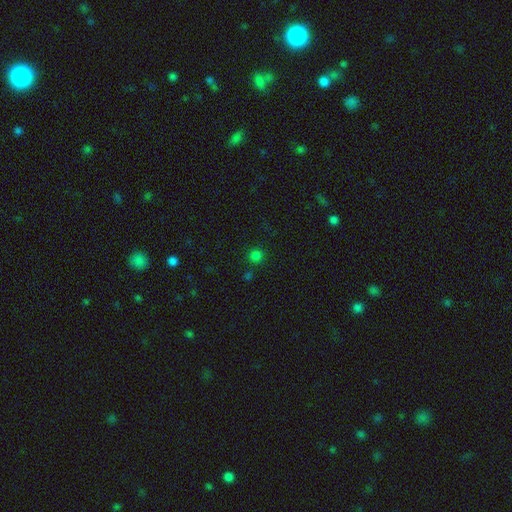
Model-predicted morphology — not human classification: Overall: smooth (76%). How rounded: round (94%). Merging: none (85%).